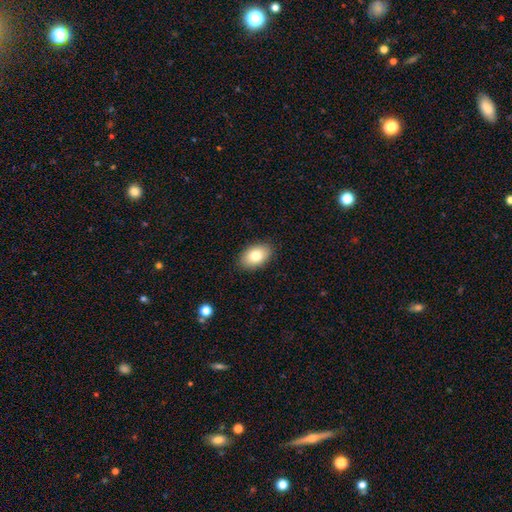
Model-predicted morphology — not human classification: Overall: smooth (82%). How rounded: in between (90%). Merging: none (88%).